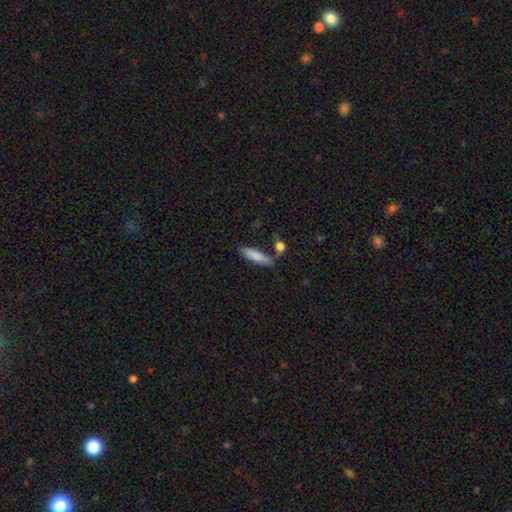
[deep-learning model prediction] Smooth or featured?
  - smooth: 83% *
  - featured or disk: 11%
  - star or artifact: 6%
How rounded?
  - cigar-shaped: 60% *
  - in between: 38%
  - round: 2%
Merging?
  - none: 68% *
  - minor disturbance: 15%
  - merger: 12%
  - major disturbance: 4%